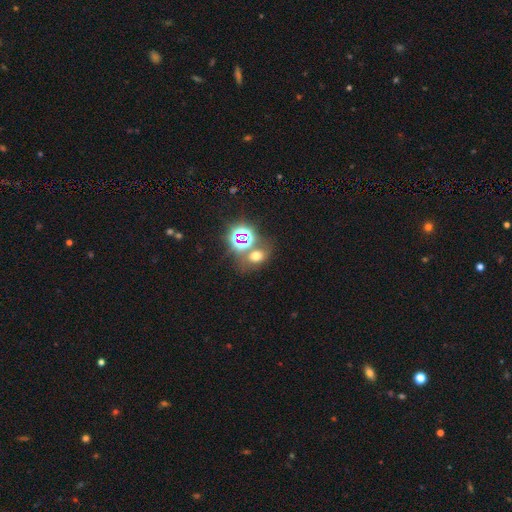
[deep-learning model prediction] The model was most divided on "how rounded": in between: 52%, round: 47%, cigar-shaped: 1%. More confident: merging — none (59%); smooth or featured — smooth (53%).